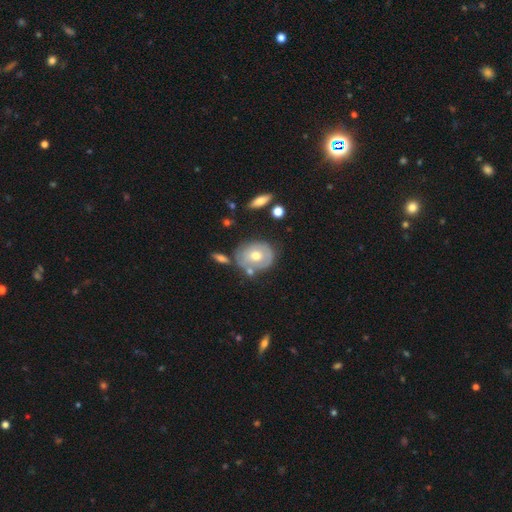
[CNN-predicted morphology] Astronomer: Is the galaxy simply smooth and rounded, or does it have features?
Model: featured or disk — 49% (runner-up: smooth, 44%).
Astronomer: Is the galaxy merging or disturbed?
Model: none — 61%.